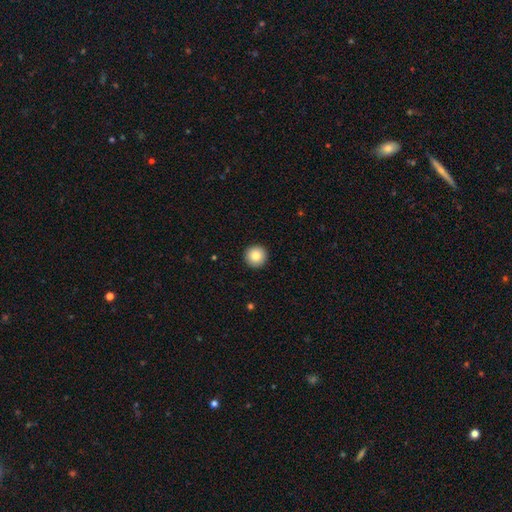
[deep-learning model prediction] Morphology: type=smooth (85%); roundness=round (97%); merging=none (93%).